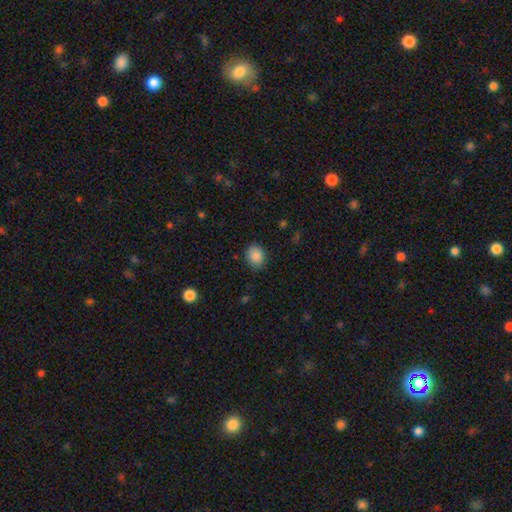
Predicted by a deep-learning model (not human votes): smooth-or-featured: smooth: 88% | star or artifact: 9% | featured or disk: 3%
  how-rounded: in between: 52% | round: 47% | cigar-shaped: 1%
  merging: none: 85% | minor disturbance: 11% | major disturbance: 3% | merger: 1%